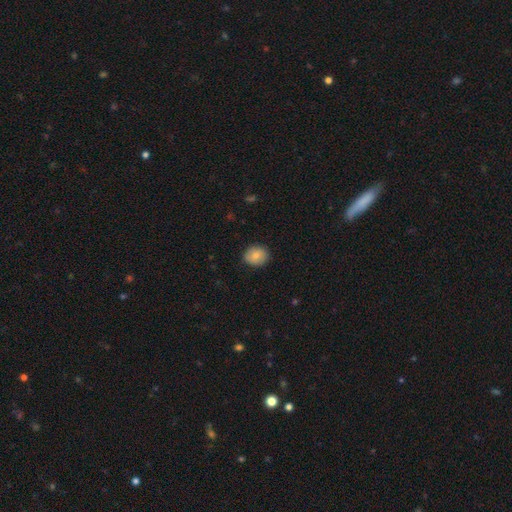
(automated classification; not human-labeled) smooth-or-featured: smooth: 81% | featured or disk: 11% | star or artifact: 8%
  how-rounded: round: 67% | in between: 32% | cigar-shaped: 1%
  merging: none: 84% | minor disturbance: 13% | major disturbance: 3% | merger: 1%